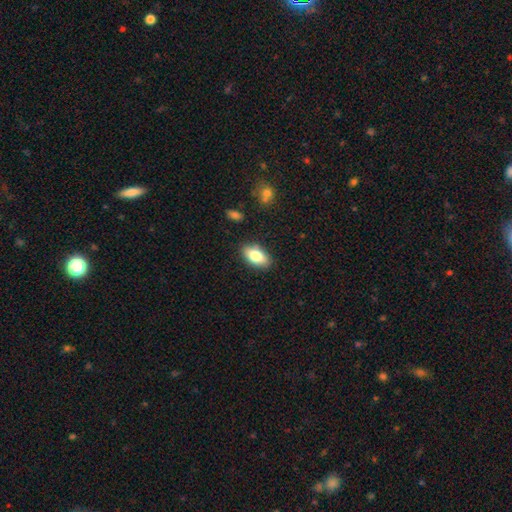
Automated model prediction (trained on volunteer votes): smooth-or-featured: smooth: 80% | featured or disk: 13% | star or artifact: 7%
  how-rounded: in between: 91% | round: 5% | cigar-shaped: 4%
  merging: none: 86% | minor disturbance: 10% | major disturbance: 2% | merger: 2%